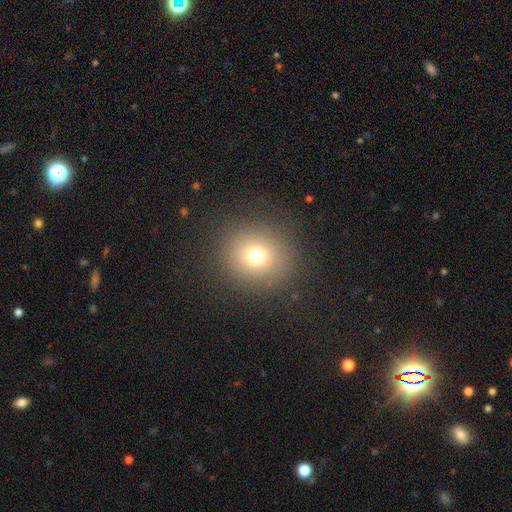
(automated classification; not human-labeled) Overall: smooth (70%). How rounded: round (88%). Merging: none (86%).